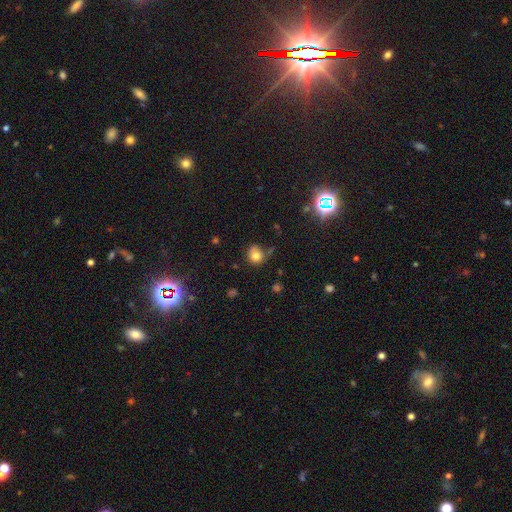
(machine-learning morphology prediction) Smooth or featured? Predicted: smooth (p=0.78). How rounded? Predicted: round (p=0.83). Merging? Predicted: none (p=0.62).